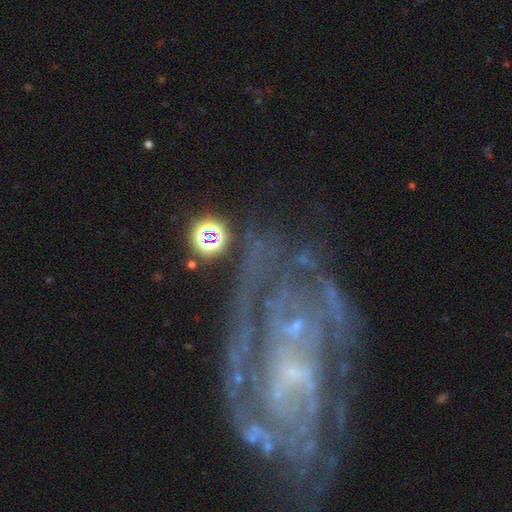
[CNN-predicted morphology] Smooth or featured? featured or disk (82%)
Edge-on disk? no (96%)
Bar? no (54%)
Spiral arms? yes (87%)
Spiral winding? tight (52%)
Spiral arm count? can't tell (34%)
Bulge size? small (64%)
Merging? none (54%)